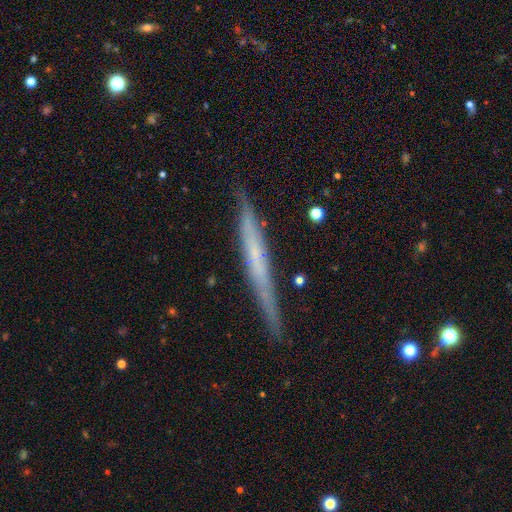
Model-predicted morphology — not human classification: Smooth or featured? Predicted: featured or disk (p=0.59). Edge-on disk? Predicted: yes (p=0.95). Edge-on bulge? Predicted: none (p=0.76). Merging? Predicted: none (p=0.84).